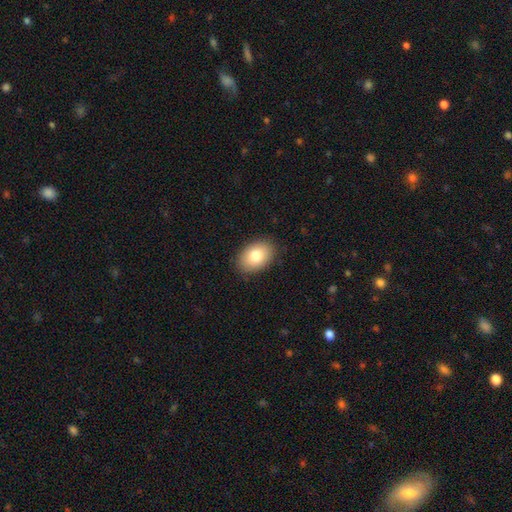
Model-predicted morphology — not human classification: smooth 80%, featured or disk 12%, star or artifact 8%. Down the decision tree: how rounded — in between (84%); merging — none (88%).